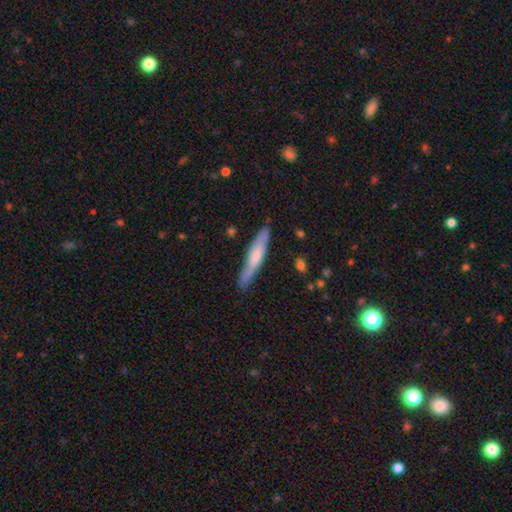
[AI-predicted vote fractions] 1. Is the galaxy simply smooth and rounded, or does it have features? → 52% smooth, 42% featured or disk, 5% star or artifact.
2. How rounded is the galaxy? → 91% cigar-shaped, 8% in between, 1% round.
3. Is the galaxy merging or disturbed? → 81% none, 14% minor disturbance, 3% major disturbance, 2% merger.